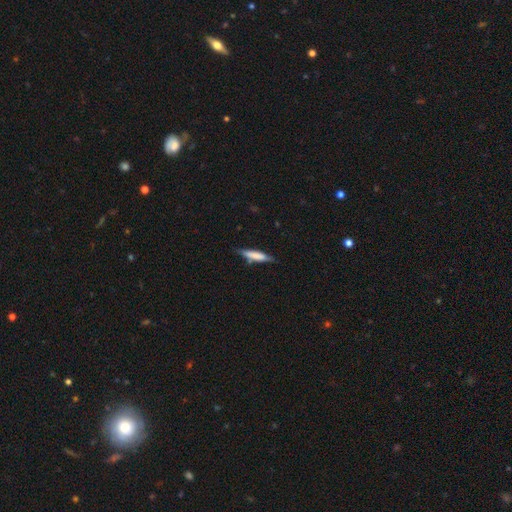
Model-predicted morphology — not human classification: This is likely a smooth galaxy (67%). How rounded: clearly cigar-shaped (84%). Merging: likely none (73%).